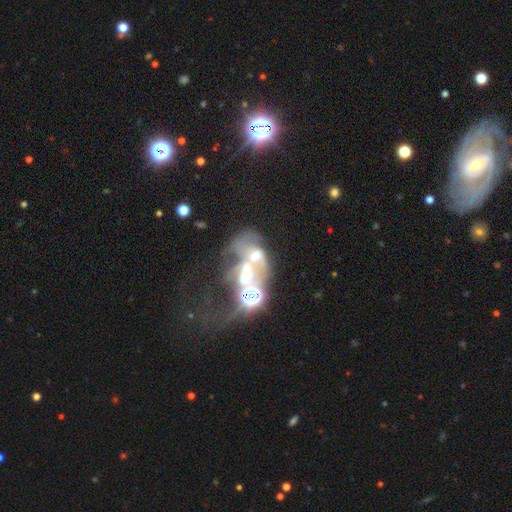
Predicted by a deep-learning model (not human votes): Morphology: type=featured or disk (51%); edge-on=no (97%); merging=merger (60%).